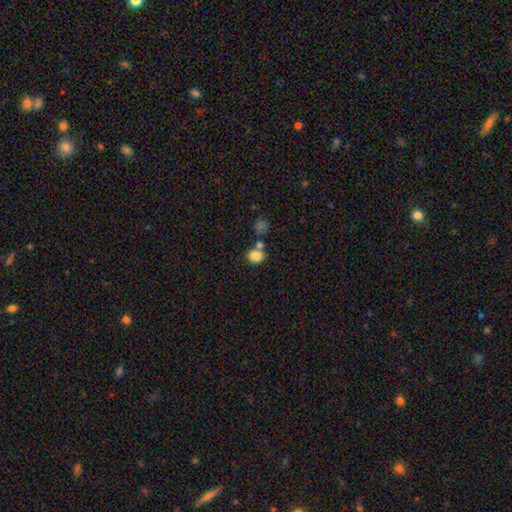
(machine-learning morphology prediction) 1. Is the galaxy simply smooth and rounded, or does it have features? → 83% smooth, 10% star or artifact, 6% featured or disk.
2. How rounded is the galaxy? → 53% in between, 46% round, 1% cigar-shaped.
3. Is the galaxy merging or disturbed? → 54% none, 30% merger, 12% minor disturbance, 5% major disturbance.